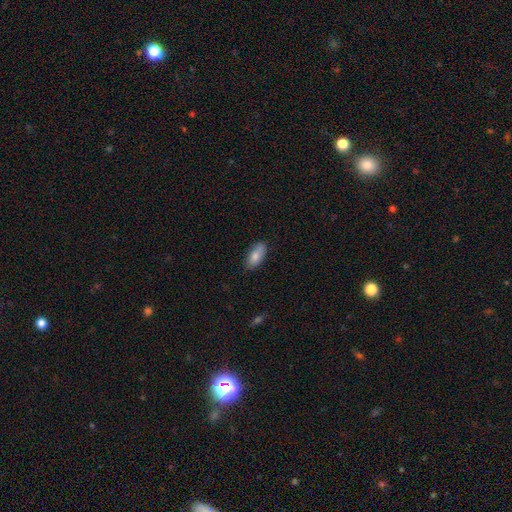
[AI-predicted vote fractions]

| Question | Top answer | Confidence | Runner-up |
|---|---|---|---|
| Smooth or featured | smooth | 81% | featured or disk (13%) |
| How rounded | in between | 87% | cigar-shaped (10%) |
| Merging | none | 84% | minor disturbance (13%) |